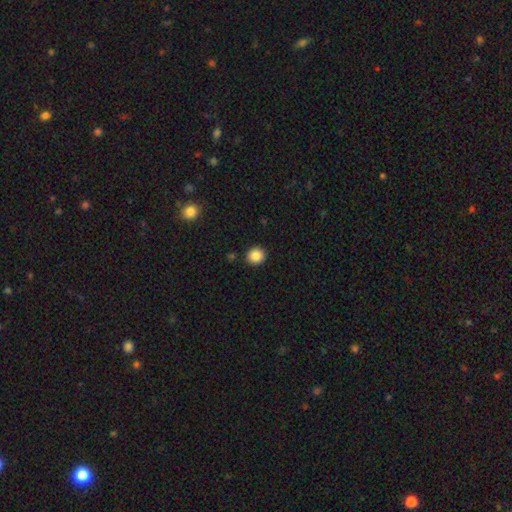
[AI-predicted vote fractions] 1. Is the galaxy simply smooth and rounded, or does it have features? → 86% smooth, 10% star or artifact, 5% featured or disk.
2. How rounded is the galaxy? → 87% round, 13% in between, 1% cigar-shaped.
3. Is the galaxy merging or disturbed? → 91% none, 6% minor disturbance, 2% major disturbance, 2% merger.